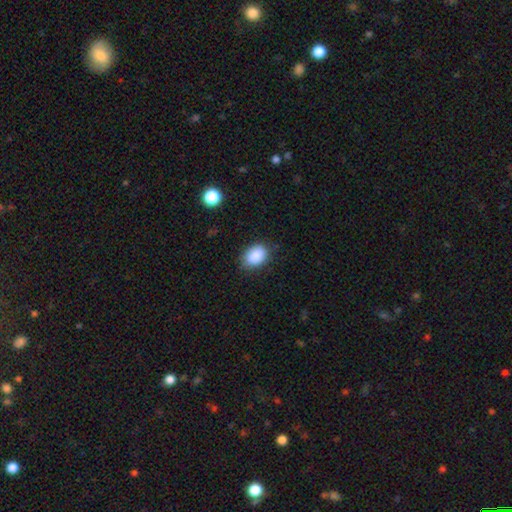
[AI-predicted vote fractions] This is clearly a smooth galaxy (89%). How rounded: likely in between (76%). Merging: clearly none (81%).